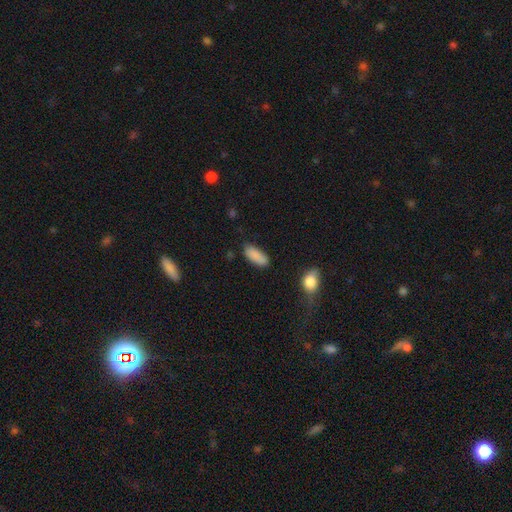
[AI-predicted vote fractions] Smooth or featured? Predicted: smooth (p=0.88). How rounded? Predicted: in between (p=0.79). Merging? Predicted: none (p=0.77).